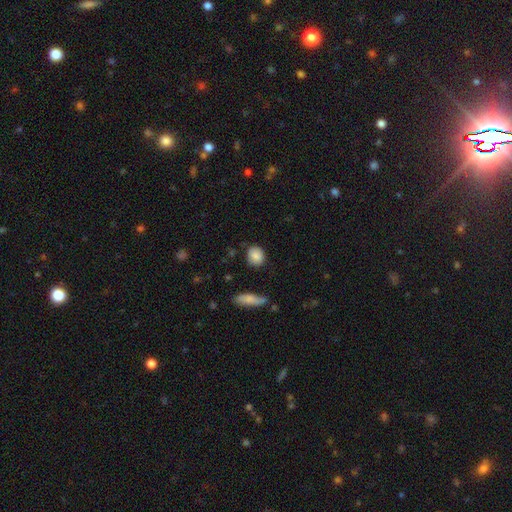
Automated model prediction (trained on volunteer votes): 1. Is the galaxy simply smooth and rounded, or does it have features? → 86% smooth, 8% star or artifact, 6% featured or disk.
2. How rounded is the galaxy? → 67% round, 31% in between, 2% cigar-shaped.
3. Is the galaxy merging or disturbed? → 78% none, 16% minor disturbance, 4% major disturbance, 3% merger.